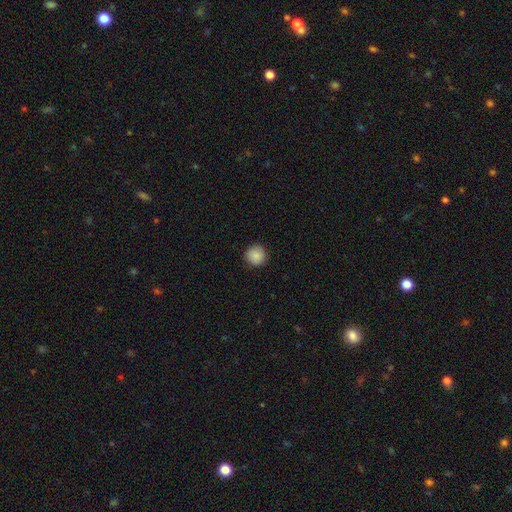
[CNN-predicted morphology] Overall: smooth (86%). How rounded: round (95%). Merging: none (89%).